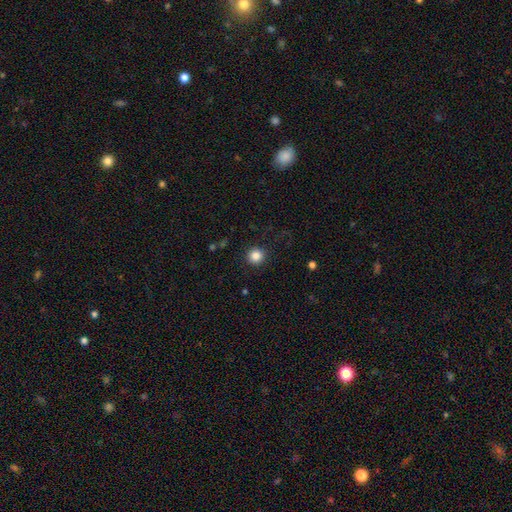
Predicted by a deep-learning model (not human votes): smooth_or_featured: smooth (p=0.85) [alt: star or artifact p=0.11]
how_rounded: round (p=0.95) [alt: in between p=0.05]
merging: none (p=0.91) [alt: minor disturbance p=0.06]